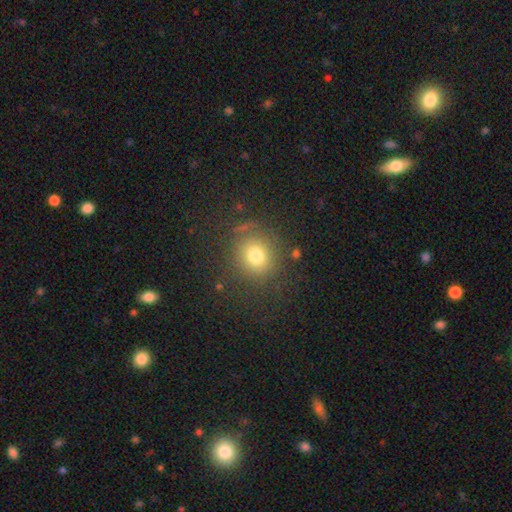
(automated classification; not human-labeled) This is likely a smooth galaxy (75%). How rounded: clearly round (84%). Merging: clearly none (81%).